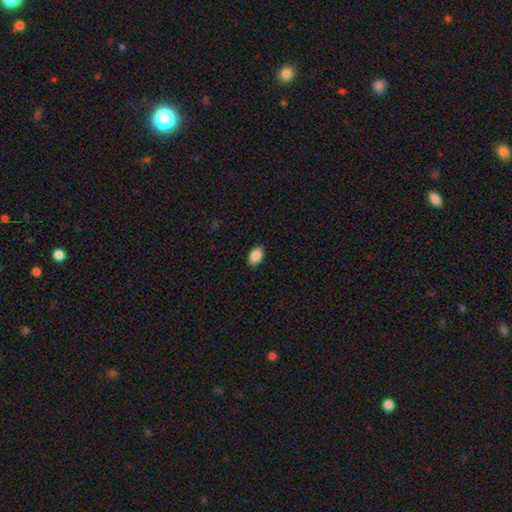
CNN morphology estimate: smooth_or_featured: smooth (p=0.89) [alt: star or artifact p=0.08]
how_rounded: in between (p=0.89) [alt: round p=0.10]
merging: none (p=0.90) [alt: minor disturbance p=0.08]